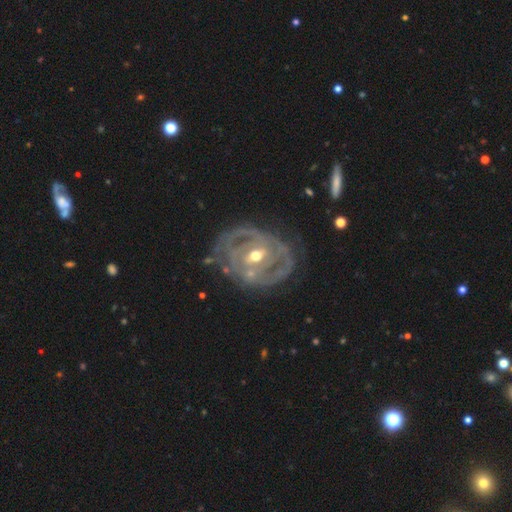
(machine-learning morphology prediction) The model was most divided on "spiral arm count": 2: 38%, can't tell: 32%, 3: 14%, 1: 6%, 4: 6%, more than 4: 5%. Remaining: edge-on disk — no (96%); smooth or featured — featured or disk (86%); spiral arms — yes (84%); merging — none (66%); spiral winding — tight (65%); bulge size — moderate (64%); bar — weak (43%).